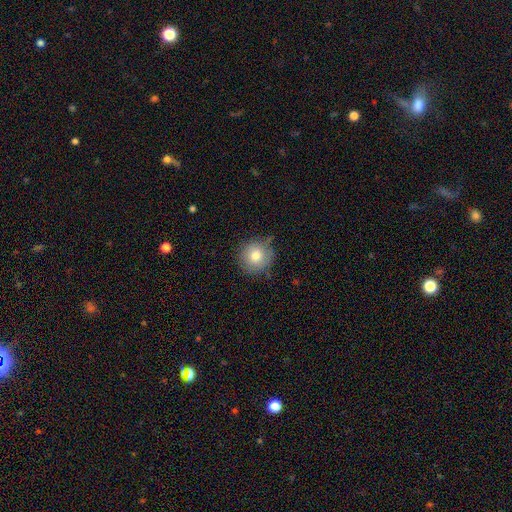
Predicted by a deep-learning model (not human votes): Smooth or featured?
  - smooth: 78% *
  - featured or disk: 12%
  - star or artifact: 10%
How rounded?
  - round: 94% *
  - in between: 6%
  - cigar-shaped: 1%
Merging?
  - none: 80% *
  - minor disturbance: 15%
  - major disturbance: 3%
  - merger: 2%